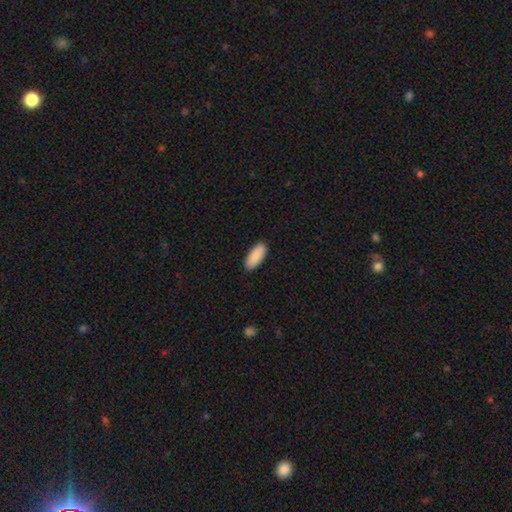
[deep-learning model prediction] Smooth or featured?
  - smooth: 91% *
  - star or artifact: 5%
  - featured or disk: 4%
How rounded?
  - in between: 83% *
  - cigar-shaped: 16%
  - round: 2%
Merging?
  - none: 90% *
  - minor disturbance: 7%
  - major disturbance: 2%
  - merger: 1%